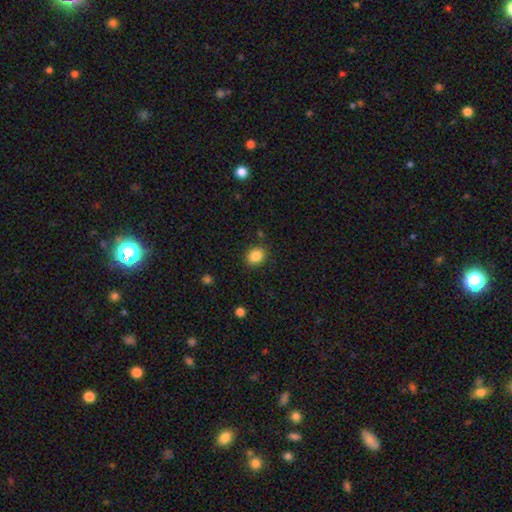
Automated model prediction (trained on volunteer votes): Q: Smooth or featured?
A: smooth (86%); runner-up: star or artifact (9%)
Q: How rounded?
A: round (57%); runner-up: in between (42%)
Q: Merging?
A: none (85%); runner-up: minor disturbance (10%)